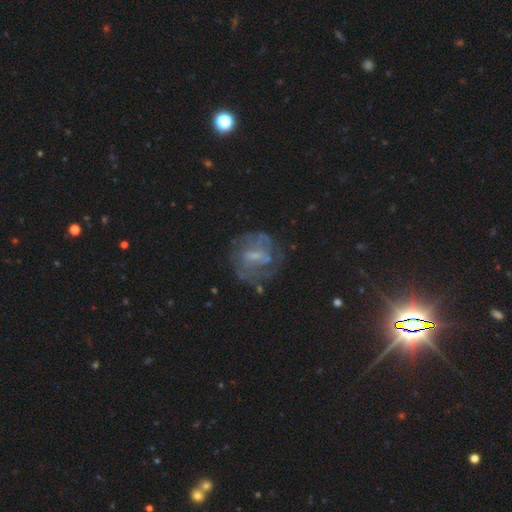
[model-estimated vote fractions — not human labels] This appears to be a featured or disk galaxy (72%) with a weak bar (53%), spiral arms (72%) and a small central bulge (45%). Merging: none (64%).